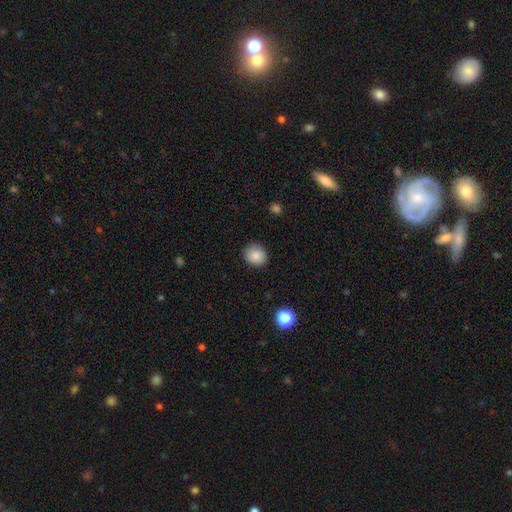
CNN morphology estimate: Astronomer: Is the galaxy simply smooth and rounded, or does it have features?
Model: smooth — 86%.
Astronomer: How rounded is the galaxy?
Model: round — 75%.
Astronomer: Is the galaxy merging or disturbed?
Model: none — 85%.